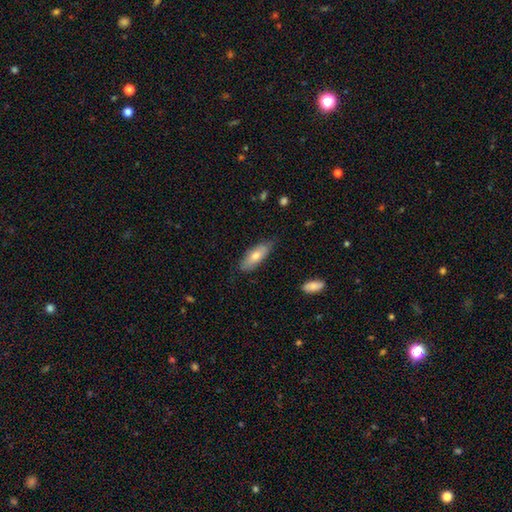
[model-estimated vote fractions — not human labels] Q: Smooth or featured?
A: smooth (66%); runner-up: featured or disk (28%)
Q: How rounded?
A: in between (73%); runner-up: cigar-shaped (25%)
Q: Merging?
A: none (75%); runner-up: minor disturbance (21%)